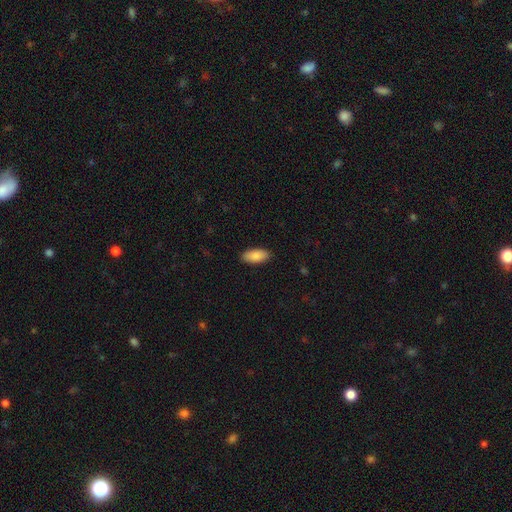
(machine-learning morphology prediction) Smooth or featured: smooth — 88% (featured or disk — 6%)
How rounded: in between — 89% (cigar-shaped — 9%)
Merging: none — 89% (minor disturbance — 8%)